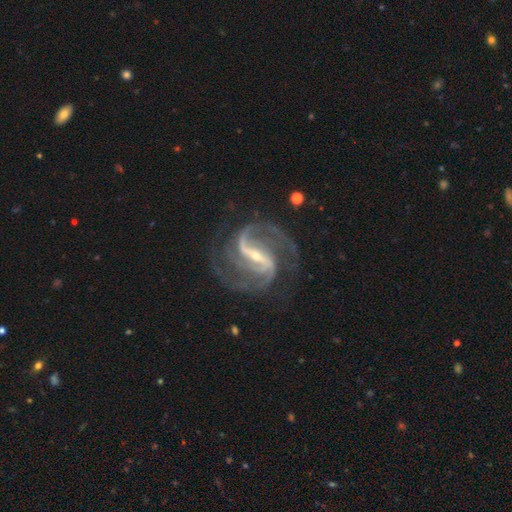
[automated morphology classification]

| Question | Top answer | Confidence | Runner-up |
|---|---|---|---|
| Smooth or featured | featured or disk | 93% | star or artifact (4%) |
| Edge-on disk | no | 97% | yes (3%) |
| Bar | strong | 69% | weak (24%) |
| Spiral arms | yes | 98% | no (2%) |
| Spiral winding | medium | 56% | tight (22%) |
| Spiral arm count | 2 | 50% | 3 (24%) |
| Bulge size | small | 63% | moderate (32%) |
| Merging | none | 71% | minor disturbance (15%) |